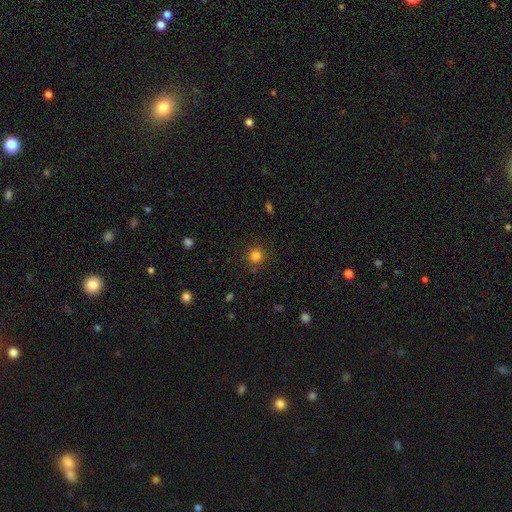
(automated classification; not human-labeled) Smooth or featured: smooth — 82% (star or artifact — 13%)
How rounded: round — 92% (in between — 7%)
Merging: none — 86% (minor disturbance — 9%)